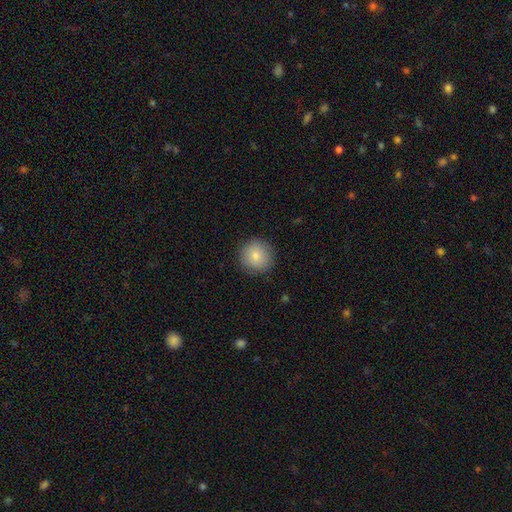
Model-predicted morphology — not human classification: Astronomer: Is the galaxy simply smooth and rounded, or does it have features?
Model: smooth — 82%.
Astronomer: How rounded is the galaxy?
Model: round — 94%.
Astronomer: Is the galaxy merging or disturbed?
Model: none — 89%.